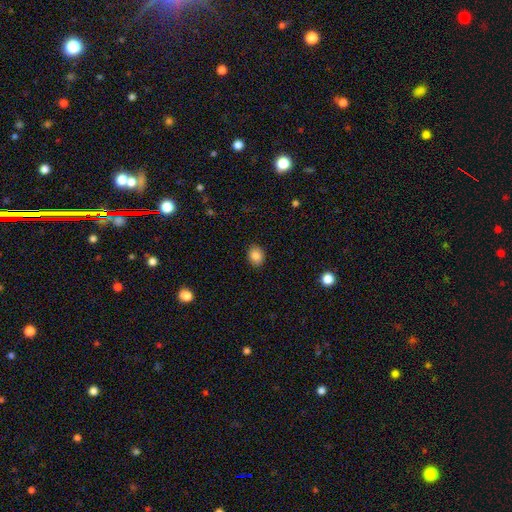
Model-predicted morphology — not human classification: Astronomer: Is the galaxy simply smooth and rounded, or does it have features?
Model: smooth — 86%.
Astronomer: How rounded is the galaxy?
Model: in between — 52% (runner-up: round, 47%).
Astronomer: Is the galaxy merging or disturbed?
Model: none — 89%.